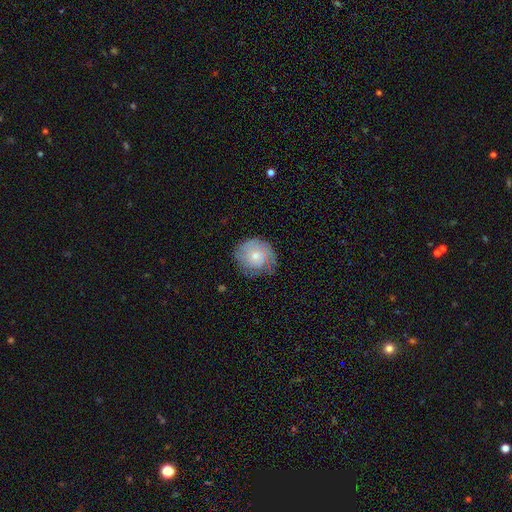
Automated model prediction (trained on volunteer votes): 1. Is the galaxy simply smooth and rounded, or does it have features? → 50% smooth, 43% featured or disk, 7% star or artifact.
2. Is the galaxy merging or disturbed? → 61% none, 27% minor disturbance, 10% major disturbance, 1% merger.